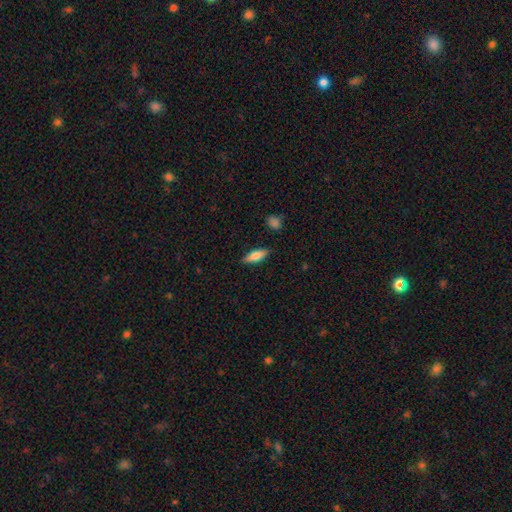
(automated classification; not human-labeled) A smooth galaxy with no disk features (69%) that is in between round and cigar-shaped (54%).

Vote fractions:
- Smooth or featured? smooth: 69% / featured or disk: 24% / star or artifact: 7%
- How rounded? in between: 54% / cigar-shaped: 44% / round: 2%
- Merging? none: 85% / minor disturbance: 11% / major disturbance: 3% / merger: 2%